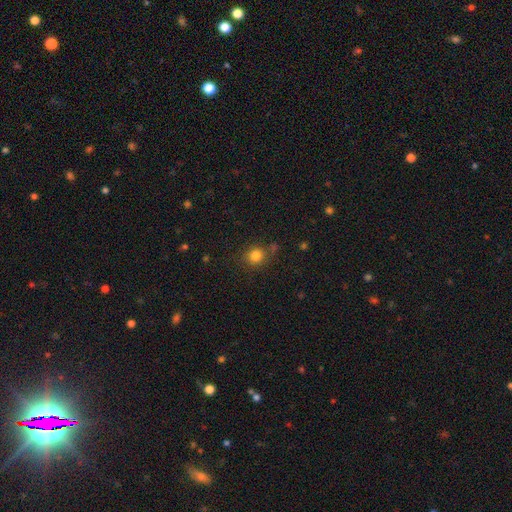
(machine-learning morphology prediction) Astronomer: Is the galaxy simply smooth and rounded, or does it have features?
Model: smooth — 82%.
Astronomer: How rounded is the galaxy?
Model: round — 86%.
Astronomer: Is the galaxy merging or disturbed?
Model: none — 77%.